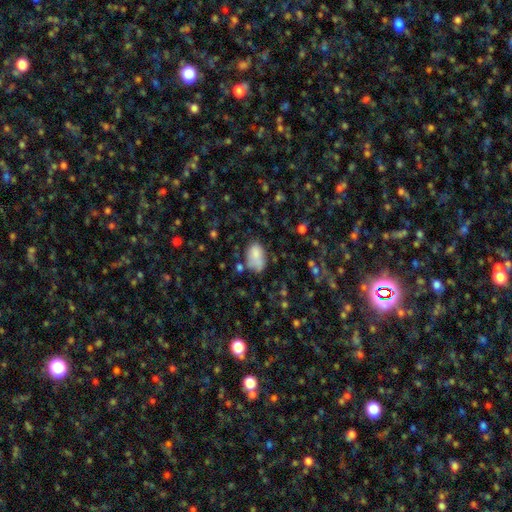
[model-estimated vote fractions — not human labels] Smooth or featured? smooth (80%)
How rounded? in between (87%)
Merging? none (53%)